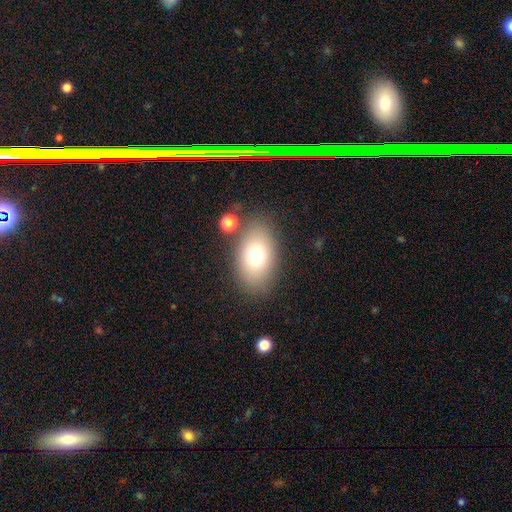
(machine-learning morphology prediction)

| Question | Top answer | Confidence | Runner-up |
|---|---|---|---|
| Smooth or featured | smooth | 74% | featured or disk (14%) |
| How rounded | in between | 83% | round (15%) |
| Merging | none | 80% | minor disturbance (10%) |